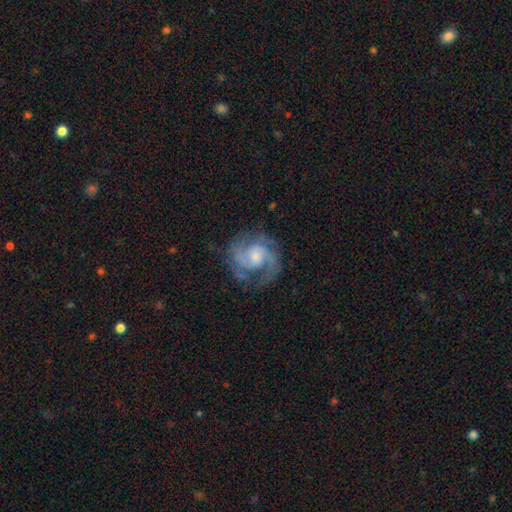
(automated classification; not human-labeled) Smooth or featured?
  - featured or disk: 89% *
  - smooth: 6%
  - star or artifact: 5%
Edge-on disk?
  - no: 98% *
  - yes: 2%
Bar?
  - no: 54% *
  - weak: 39%
  - strong: 7%
Spiral arms?
  - yes: 98% *
  - no: 2%
Spiral winding?
  - medium: 53% *
  - tight: 36%
  - loose: 11%
Spiral arm count?
  - 2: 80% *
  - 3: 8%
  - can't tell: 6%
  - 1: 2%
  - 4: 2%
  - more than 4: 2%
Bulge size?
  - small: 48% *
  - moderate: 39%
  - none: 7%
  - large: 5%
  - dominant: 1%
Merging?
  - none: 75% *
  - minor disturbance: 16%
  - major disturbance: 8%
  - merger: 1%